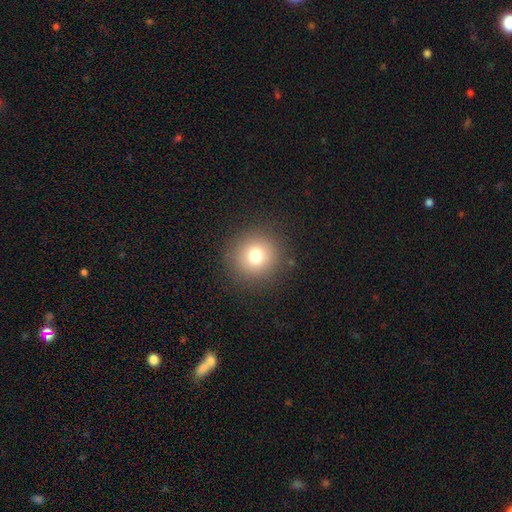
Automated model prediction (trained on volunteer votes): A smooth galaxy with no disk features (75%) that is round (94%). Merging: none (89%).